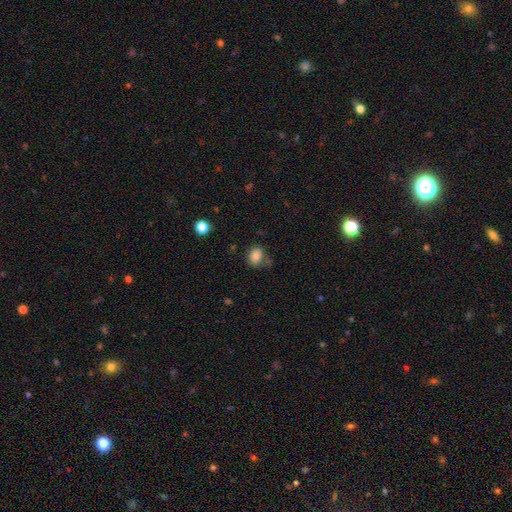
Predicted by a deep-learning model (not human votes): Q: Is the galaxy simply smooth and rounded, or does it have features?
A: smooth — 82%.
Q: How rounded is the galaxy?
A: in between — 53%.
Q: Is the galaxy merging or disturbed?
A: none — 68%.